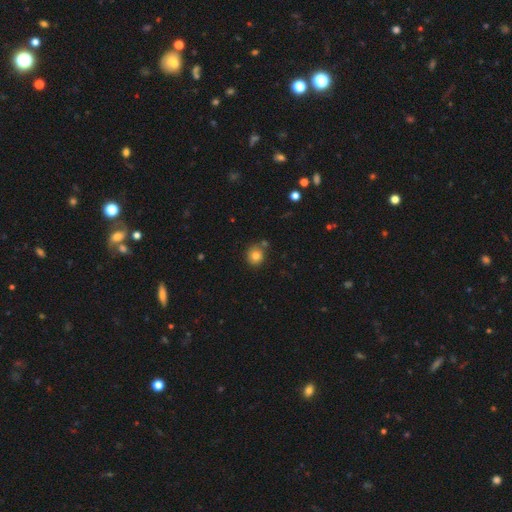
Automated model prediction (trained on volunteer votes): smooth 80%, star or artifact 12%, featured or disk 9%. Down the decision tree: how rounded — round (88%); merging — none (78%).